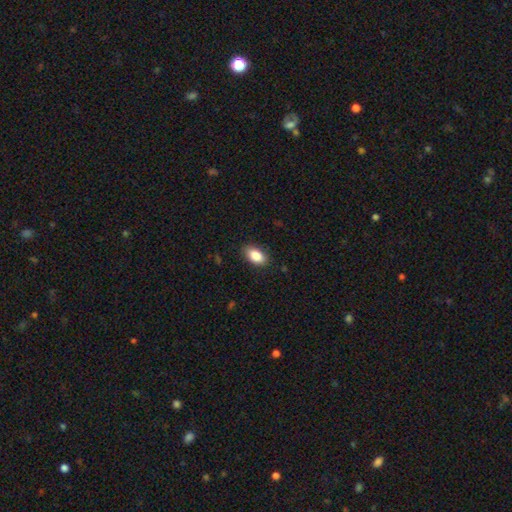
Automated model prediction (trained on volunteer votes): Morphology: type=smooth (87%); roundness=in between (92%); merging=none (87%).